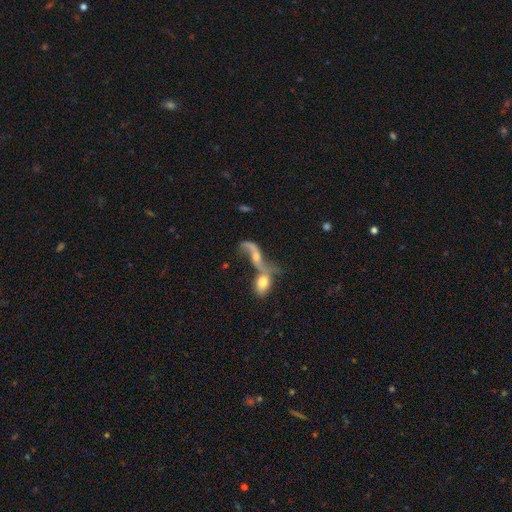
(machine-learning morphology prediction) This is likely a featured or disk galaxy (66%). It is clearly not viewed edge-on (88%). Bar: possibly no (58%). Spiral arm pattern: likely yes (78%). Central bulge: marginally small (40%). Merging: possibly merger (59%).